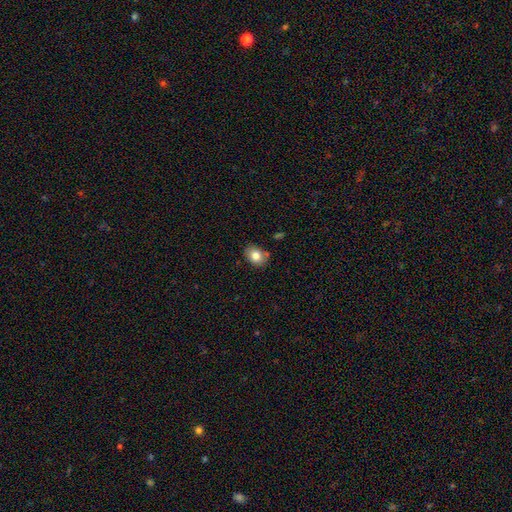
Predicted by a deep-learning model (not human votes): This is clearly a smooth galaxy (81%). How rounded: likely in between (60%). Merging: likely none (77%).